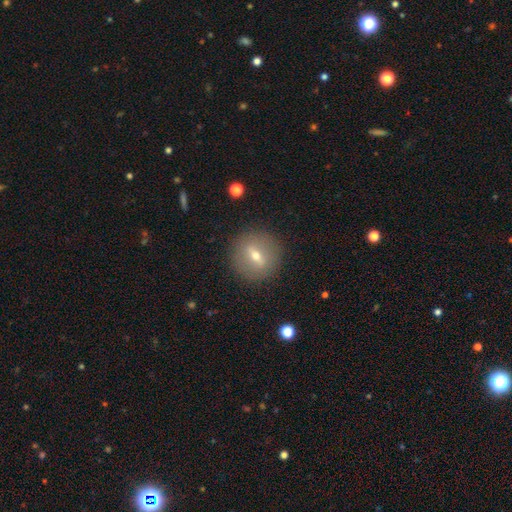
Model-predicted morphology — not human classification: type=featured or disk (45%, tied with smooth); merging=none (88%).